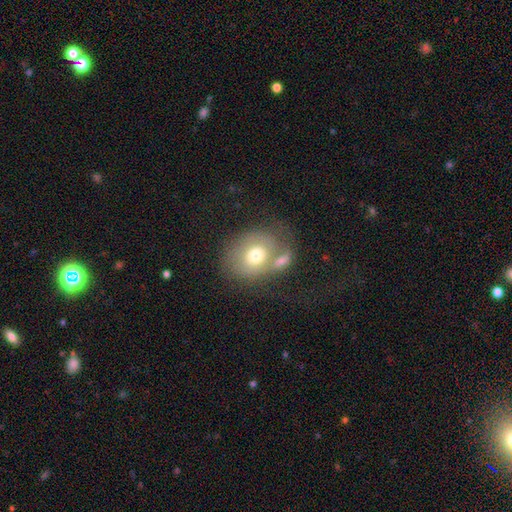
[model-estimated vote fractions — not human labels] smooth-or-featured: smooth: 54% | featured or disk: 37% | star or artifact: 9%
  how-rounded: round: 51% | in between: 48% | cigar-shaped: 1%
  merging: none: 40% | merger: 31% | minor disturbance: 16% | major disturbance: 12%